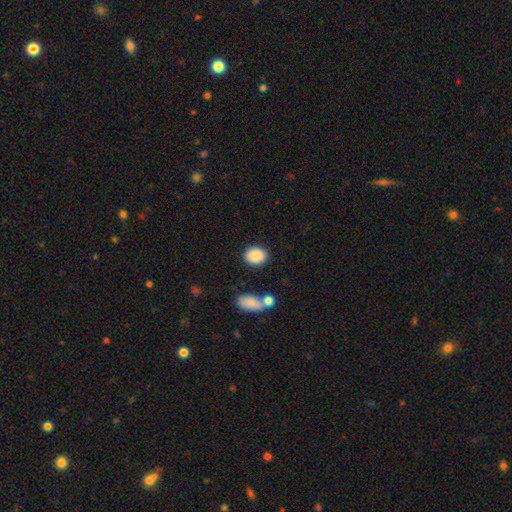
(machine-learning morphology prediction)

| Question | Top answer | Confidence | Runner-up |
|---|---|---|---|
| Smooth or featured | smooth | 87% | star or artifact (7%) |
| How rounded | in between | 60% | round (39%) |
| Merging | none | 82% | minor disturbance (10%) |